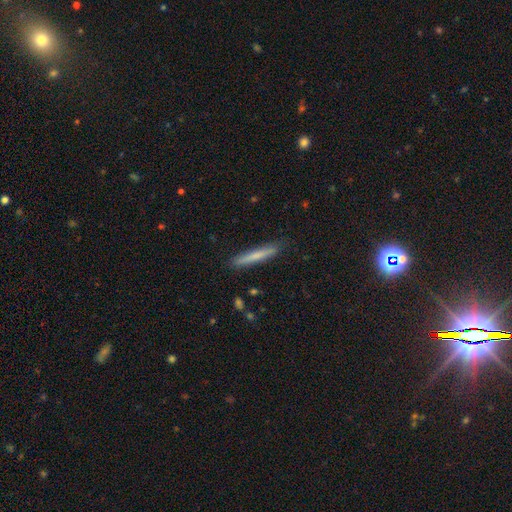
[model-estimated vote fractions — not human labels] This appears to be a smooth galaxy with no disk features (67%) that is cigar-shaped (95%). Merging: none (88%).